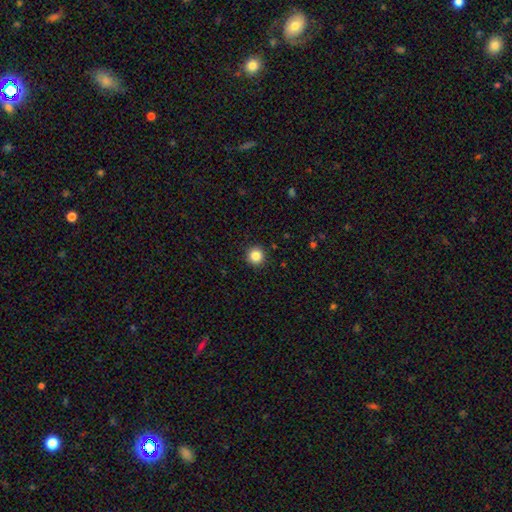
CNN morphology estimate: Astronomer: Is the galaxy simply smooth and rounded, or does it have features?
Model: smooth — 86%.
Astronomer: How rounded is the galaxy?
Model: round — 95%.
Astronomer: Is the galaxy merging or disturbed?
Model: none — 92%.